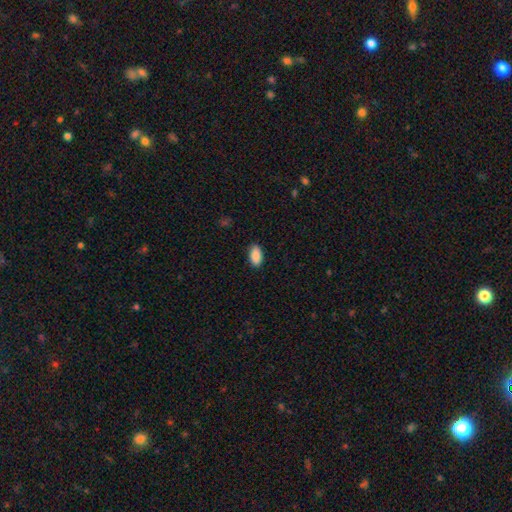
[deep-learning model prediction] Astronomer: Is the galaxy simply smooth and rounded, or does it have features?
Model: smooth — 90%.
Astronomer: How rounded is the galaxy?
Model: in between — 94%.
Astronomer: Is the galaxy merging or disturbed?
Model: none — 89%.